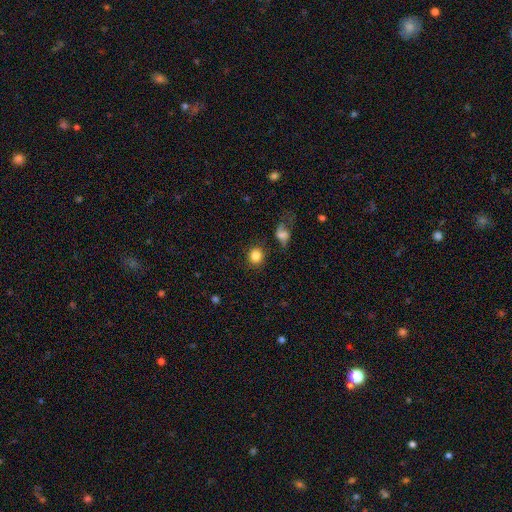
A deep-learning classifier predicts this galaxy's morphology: Smooth or featured?
  - smooth: 84% *
  - star or artifact: 10%
  - featured or disk: 6%
How rounded?
  - round: 81% *
  - in between: 17%
  - cigar-shaped: 1%
Merging?
  - none: 82% *
  - minor disturbance: 9%
  - merger: 5%
  - major disturbance: 4%